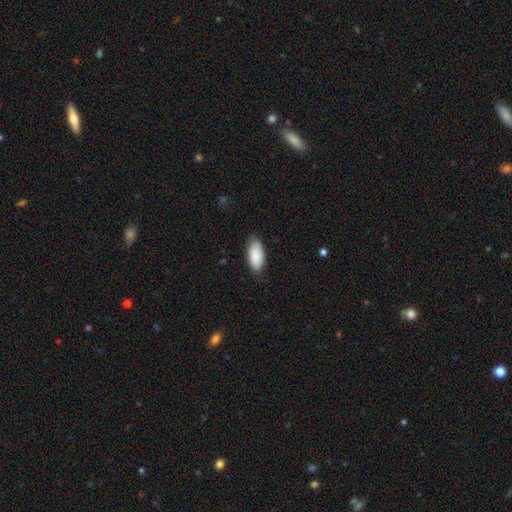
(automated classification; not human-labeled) Smooth or featured?
  - smooth: 88% *
  - featured or disk: 6%
  - star or artifact: 6%
How rounded?
  - in between: 92% *
  - cigar-shaped: 7%
  - round: 2%
Merging?
  - none: 80% *
  - minor disturbance: 17%
  - major disturbance: 3%
  - merger: 1%